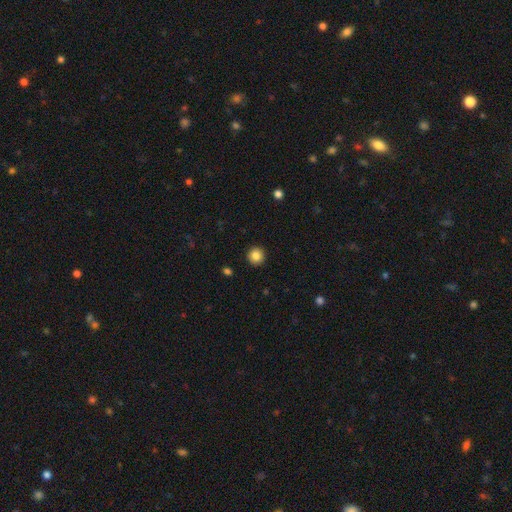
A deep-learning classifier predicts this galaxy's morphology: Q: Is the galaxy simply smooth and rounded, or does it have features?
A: smooth — 86%.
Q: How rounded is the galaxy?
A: round — 94%.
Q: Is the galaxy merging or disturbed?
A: none — 92%.